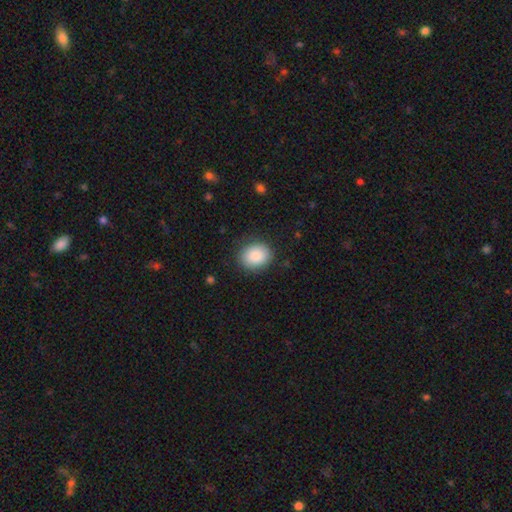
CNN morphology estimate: This appears to be a smooth galaxy with no disk features (87%) that is round (57%). Merging: none (85%).